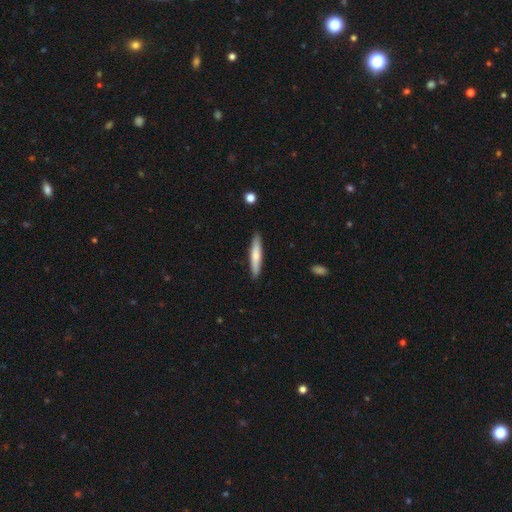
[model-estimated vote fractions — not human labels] smooth_or_featured: smooth (p=0.69) [alt: featured or disk p=0.25]
how_rounded: cigar-shaped (p=0.90) [alt: in between p=0.09]
merging: none (p=0.89) [alt: minor disturbance p=0.08]